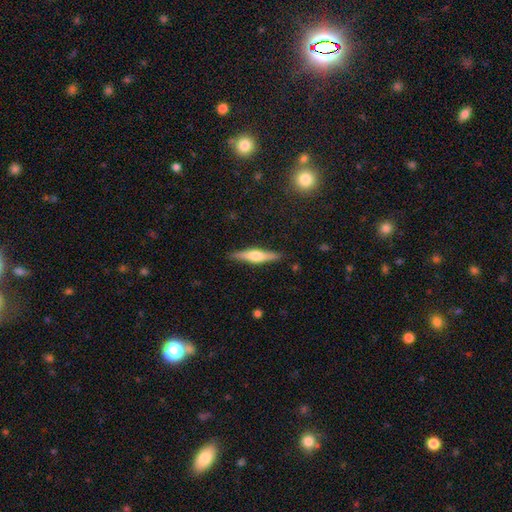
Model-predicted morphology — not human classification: smooth-or-featured: featured or disk: 60% | smooth: 34% | star or artifact: 6%
  disk-edge-on: yes: 97% | no: 3%
    edge-on-bulge: rounded: 88% | boxy: 8% | none: 3%
  merging: none: 89% | minor disturbance: 8% | major disturbance: 2% | merger: 1%